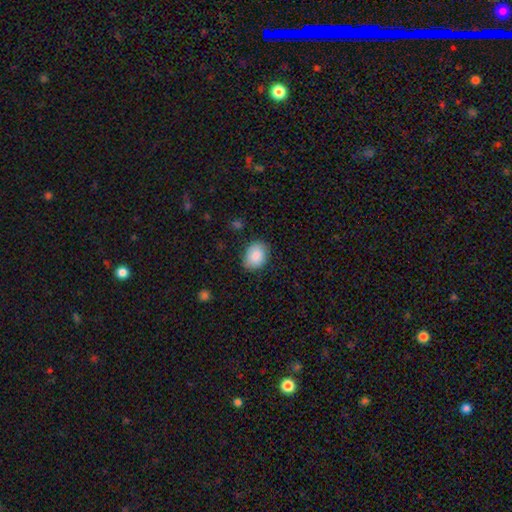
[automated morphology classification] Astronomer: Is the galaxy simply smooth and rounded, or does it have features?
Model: smooth — 87%.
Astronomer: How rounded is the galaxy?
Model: in between — 56% (runner-up: round, 43%).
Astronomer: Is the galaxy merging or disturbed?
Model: none — 79%.